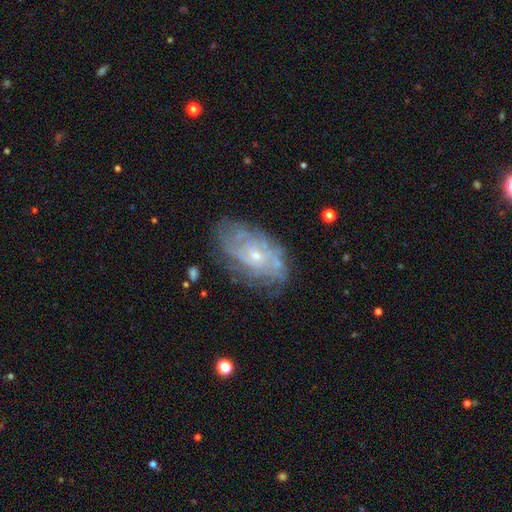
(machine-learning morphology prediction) Smooth or featured? Predicted: featured or disk (p=0.77). Edge-on disk? Predicted: no (p=0.95). Bar? Predicted: no (p=0.75). Spiral arms? Predicted: yes (p=0.83). Spiral winding? Predicted: tight (p=0.63). Spiral arm count? Predicted: can't tell (p=0.57). Bulge size? Predicted: small (p=0.74). Merging? Predicted: none (p=0.69).